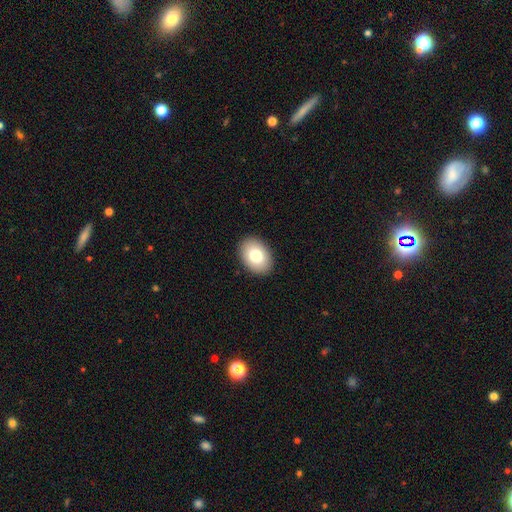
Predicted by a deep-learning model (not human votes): Smooth or featured? smooth (81%)
How rounded? in between (79%)
Merging? none (91%)